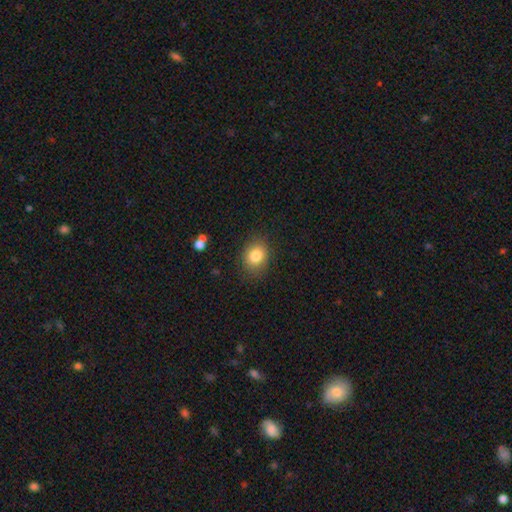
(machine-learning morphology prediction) smooth 82%, star or artifact 10%, featured or disk 8%. Down the decision tree: how rounded — round (55%); merging — none (82%).